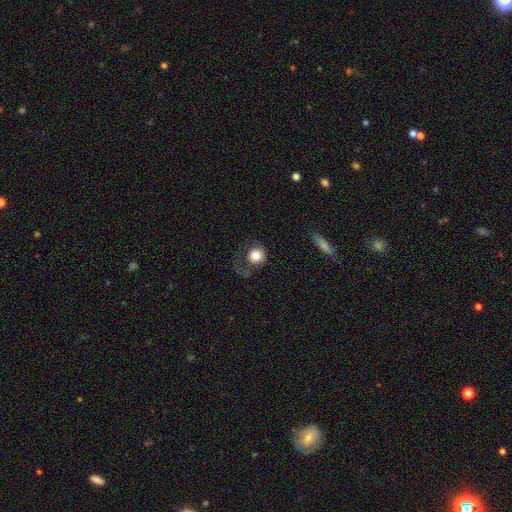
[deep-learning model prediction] A smooth galaxy with no disk features (79%) that is round (88%).

Vote fractions:
- Smooth or featured? smooth: 79% / featured or disk: 12% / star or artifact: 9%
- How rounded? round: 88% / in between: 11% / cigar-shaped: 1%
- Merging? none: 54% / major disturbance: 25% / minor disturbance: 18% / merger: 3%